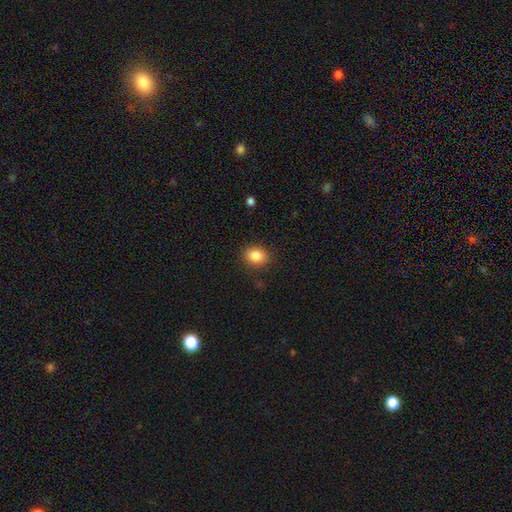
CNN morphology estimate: The model was most divided on "how rounded": round: 55%, in between: 44%, cigar-shaped: 1%. More confident: smooth or featured — smooth (86%); merging — none (85%).